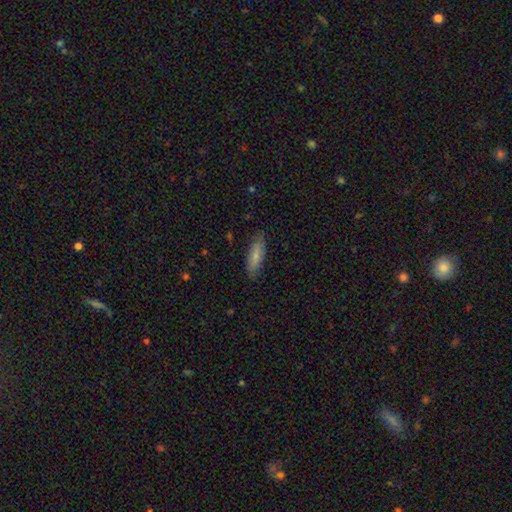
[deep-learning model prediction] The model was most divided on "how rounded": in between: 51%, cigar-shaped: 47%, round: 2%. More confident: merging — none (83%); smooth or featured — smooth (76%).